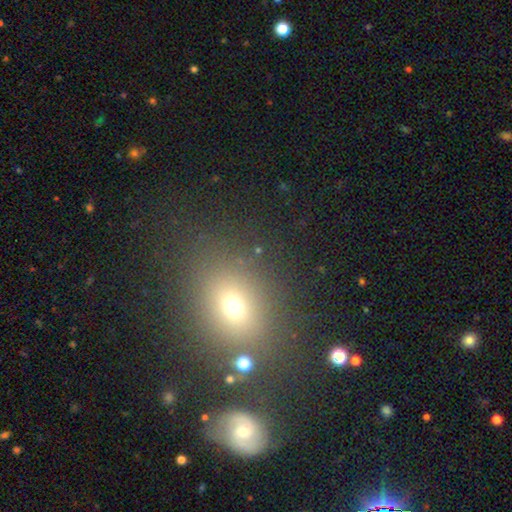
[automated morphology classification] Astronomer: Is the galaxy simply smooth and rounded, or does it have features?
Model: smooth — 58%.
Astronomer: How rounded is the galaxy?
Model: in between — 49%, tied with round at 49%.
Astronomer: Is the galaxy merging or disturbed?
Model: none — 77%.